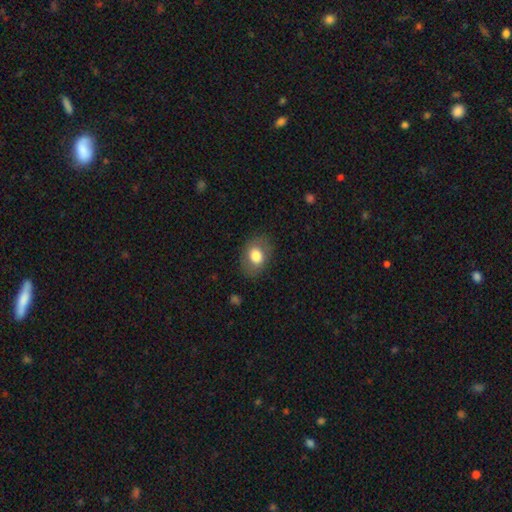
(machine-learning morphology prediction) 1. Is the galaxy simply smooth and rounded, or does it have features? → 75% smooth, 17% featured or disk, 8% star or artifact.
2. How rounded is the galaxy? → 72% in between, 27% round, 1% cigar-shaped.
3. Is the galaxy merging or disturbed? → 80% none, 14% minor disturbance, 5% major disturbance, 1% merger.